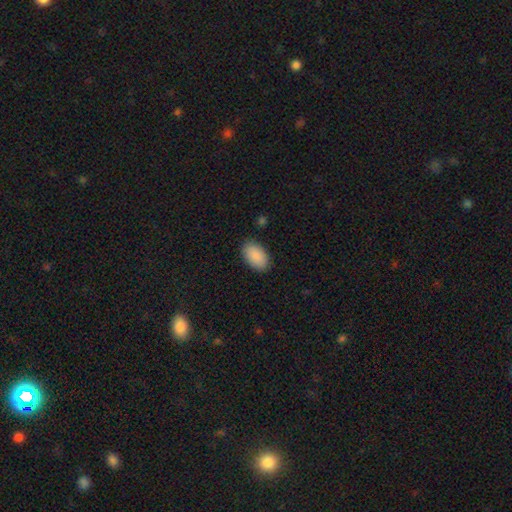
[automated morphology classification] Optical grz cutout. It shows a smooth galaxy with no disk features (90%) that is in between round and cigar-shaped (94%). Merging: none (87%).